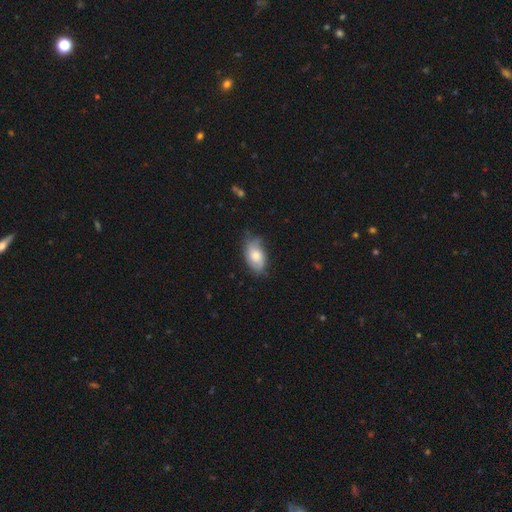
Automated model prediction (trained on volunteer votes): Smooth or featured?
  - smooth: 57% *
  - featured or disk: 36%
  - star or artifact: 7%
How rounded?
  - in between: 91% *
  - round: 6%
  - cigar-shaped: 2%
Merging?
  - none: 64% *
  - minor disturbance: 28%
  - major disturbance: 6%
  - merger: 2%